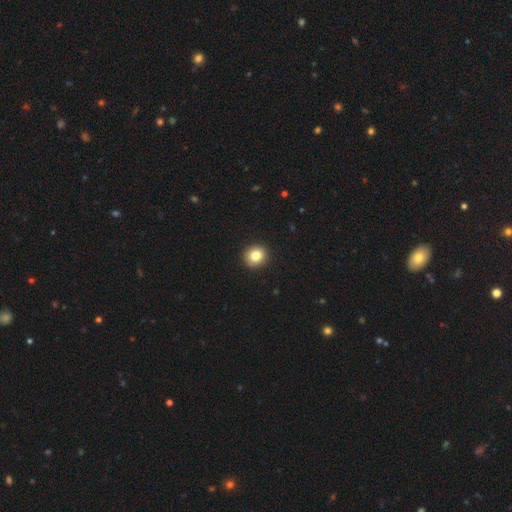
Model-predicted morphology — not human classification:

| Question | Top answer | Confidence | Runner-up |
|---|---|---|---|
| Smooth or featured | smooth | 82% | star or artifact (10%) |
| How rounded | round | 87% | in between (12%) |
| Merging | none | 92% | minor disturbance (5%) |